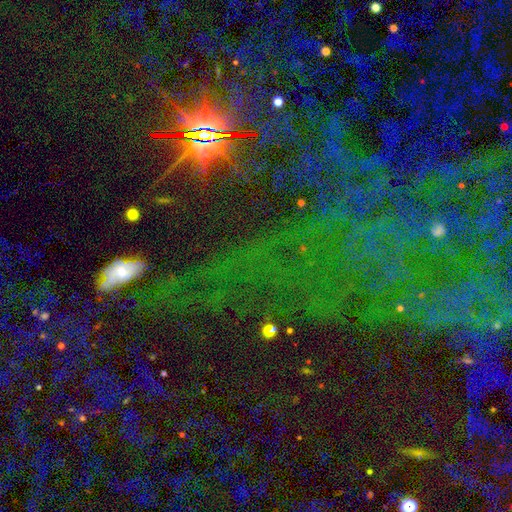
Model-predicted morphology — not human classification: Smooth or featured?
  - star or artifact: 76% *
  - smooth: 13%
  - featured or disk: 11%